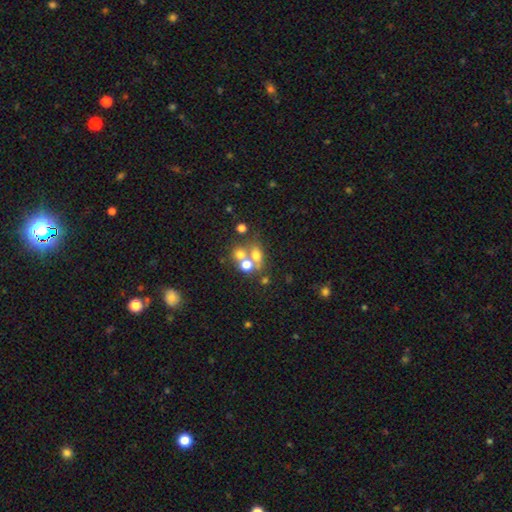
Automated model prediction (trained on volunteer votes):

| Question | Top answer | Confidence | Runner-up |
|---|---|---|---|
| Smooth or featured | smooth | 60% | featured or disk (21%) |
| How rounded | round | 57% | in between (41%) |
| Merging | merger | 46% | none (38%) |